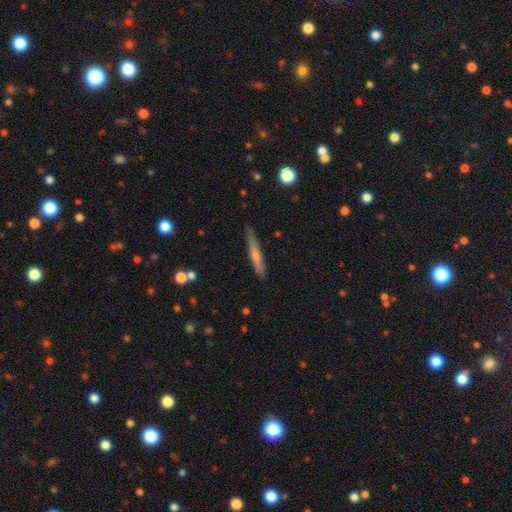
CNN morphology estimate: Smooth or featured? Predicted: smooth (p=0.57). How rounded? Predicted: cigar-shaped (p=0.94). Merging? Predicted: none (p=0.85).